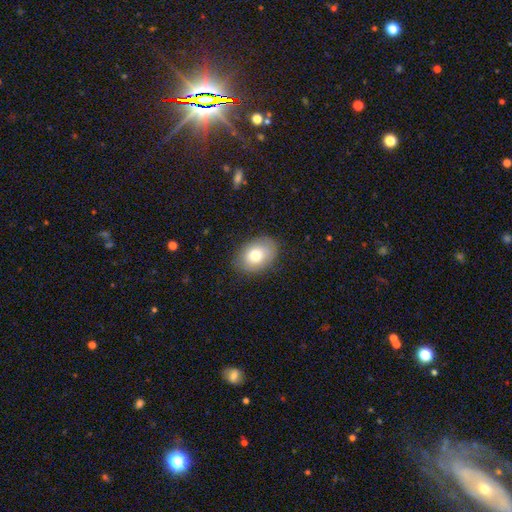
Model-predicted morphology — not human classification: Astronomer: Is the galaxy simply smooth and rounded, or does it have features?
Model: smooth — 75%.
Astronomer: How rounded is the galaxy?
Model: in between — 75%.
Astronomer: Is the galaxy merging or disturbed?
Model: none — 84%.